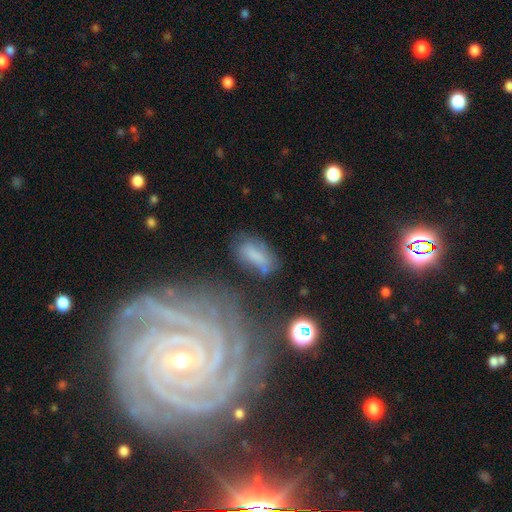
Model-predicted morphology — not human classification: A smooth galaxy with no disk features (64%) that is in between round and cigar-shaped (83%).

Vote fractions:
- Smooth or featured? smooth: 64% / featured or disk: 24% / star or artifact: 12%
- How rounded? in between: 83% / cigar-shaped: 12% / round: 4%
- Merging? none: 56% / minor disturbance: 24% / major disturbance: 13% / merger: 7%